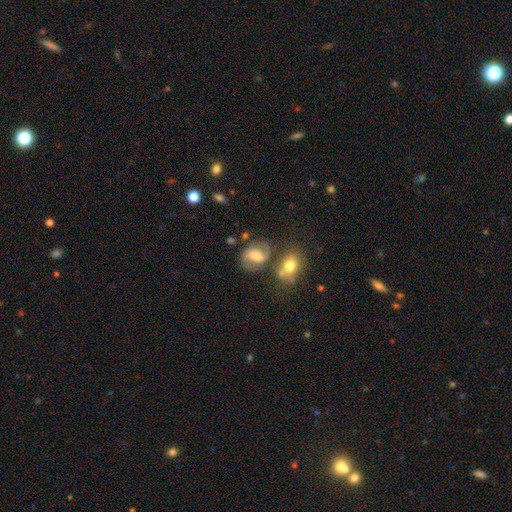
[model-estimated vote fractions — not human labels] Overall: featured or disk (63%; smooth 28%). Edge-on disk: no (97%). Bar: weak (48%; no 31%). Spiral arms: yes (89%). Spiral arm count: 2 (89%). Spiral winding: medium (53%; loose 28%). Bulge size: moderate (54%; small 24%). Merging: none (65%).